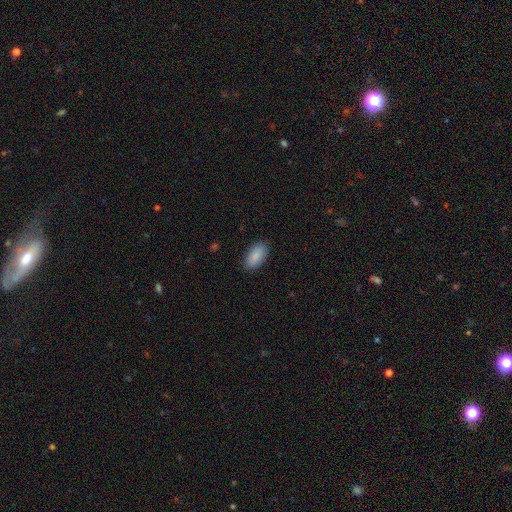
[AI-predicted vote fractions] Overall: smooth (88%). How rounded: in between (94%). Merging: none (88%).